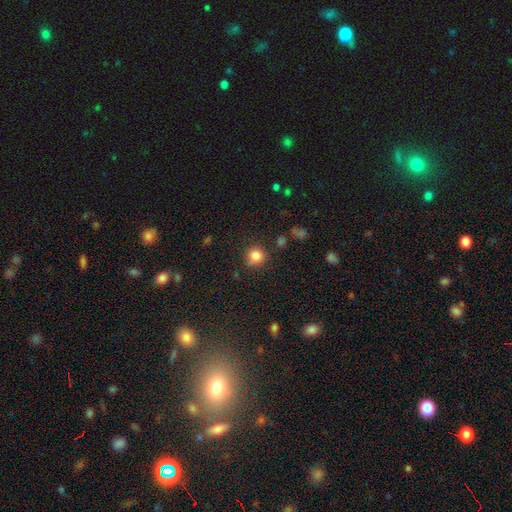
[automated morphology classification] smooth-or-featured: smooth: 84% | star or artifact: 11% | featured or disk: 5%
  how-rounded: round: 87% | in between: 12% | cigar-shaped: 1%
  merging: none: 76% | minor disturbance: 15% | merger: 4% | major disturbance: 4%